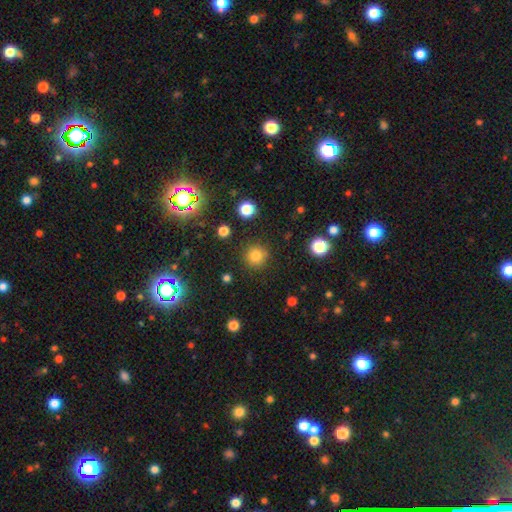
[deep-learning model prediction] Overall: smooth (80%). How rounded: round (94%). Merging: none (89%).